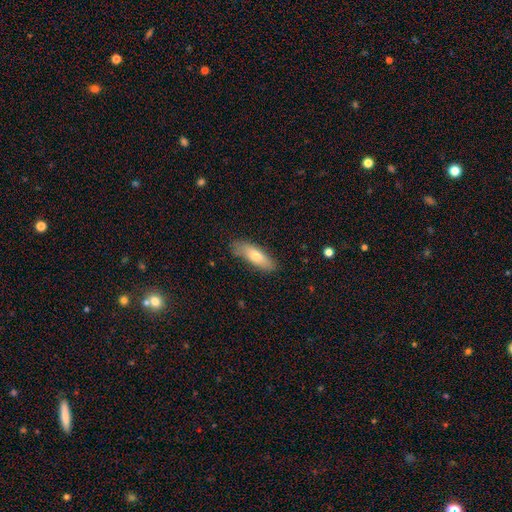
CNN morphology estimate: Overall: smooth (71%). How rounded: in between (49%, tied with cigar-shaped). Merging: none (81%).